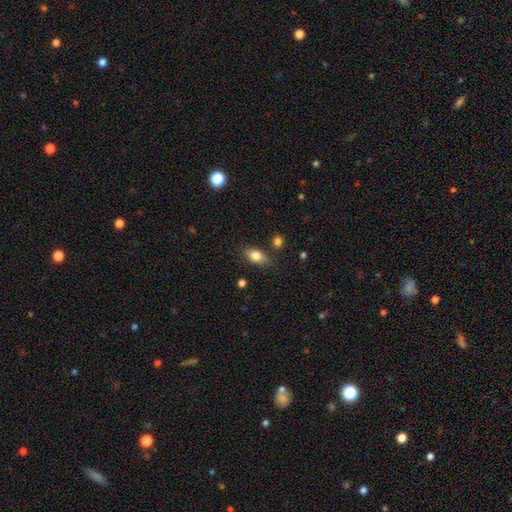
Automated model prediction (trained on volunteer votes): Q: Smooth or featured?
A: smooth (81%); runner-up: featured or disk (11%)
Q: How rounded?
A: in between (80%); runner-up: round (15%)
Q: Merging?
A: none (78%); runner-up: minor disturbance (15%)